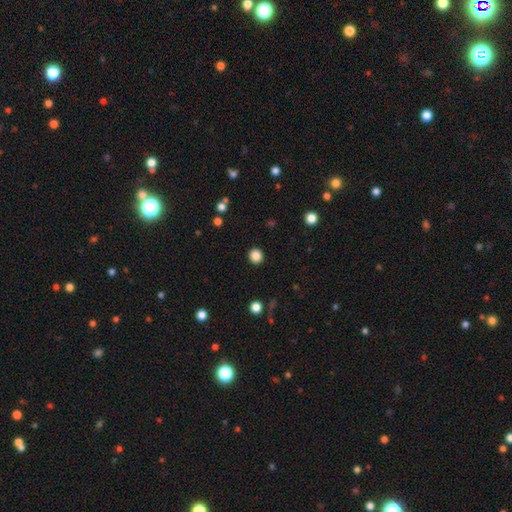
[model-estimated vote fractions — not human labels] This appears to be a smooth galaxy with no disk features (86%) that is round (90%). Merging: none (92%).